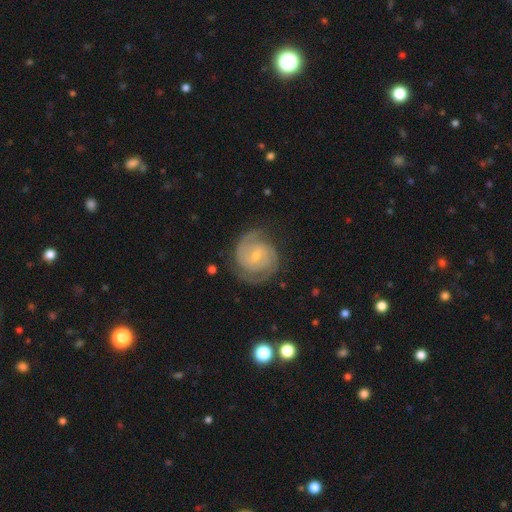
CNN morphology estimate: Q: Smooth or featured?
A: featured or disk (86%); runner-up: smooth (9%)
Q: Edge-on disk?
A: no (98%); runner-up: yes (2%)
Q: Bar?
A: weak (50%); runner-up: no (39%)
Q: Spiral arms?
A: yes (97%); runner-up: no (3%)
Q: Spiral winding?
A: tight (67%); runner-up: medium (28%)
Q: Spiral arm count?
A: 2 (68%); runner-up: can't tell (12%)
Q: Bulge size?
A: small (71%); runner-up: moderate (24%)
Q: Merging?
A: none (76%); runner-up: minor disturbance (16%)